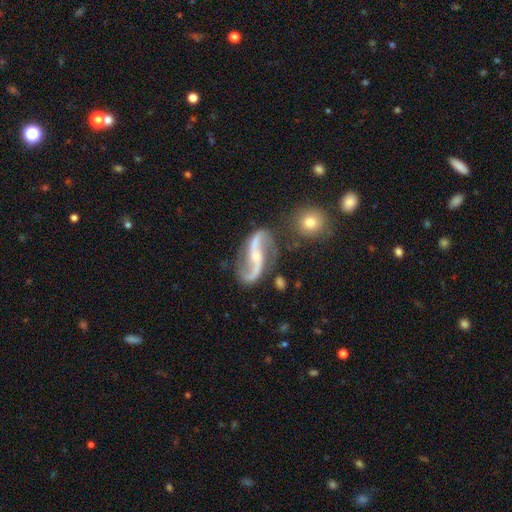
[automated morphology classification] Smooth or featured: featured or disk — 92% (star or artifact — 4%)
Edge-on disk: no — 97% (yes — 3%)
Bar: no — 39% (strong — 32%)
Spiral arms: yes — 97% (no — 3%)
Spiral winding: loose — 78% (medium — 18%)
Spiral arm count: 2 — 94% (1 — 1%)
Bulge size: small — 66% (moderate — 28%)
Merging: none — 74% (minor disturbance — 14%)